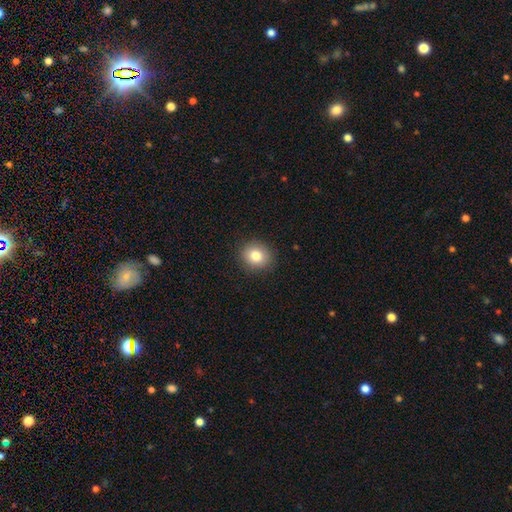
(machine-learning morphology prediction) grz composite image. It shows a smooth galaxy with no disk features (82%) that is round (78%). Merging: none (90%).